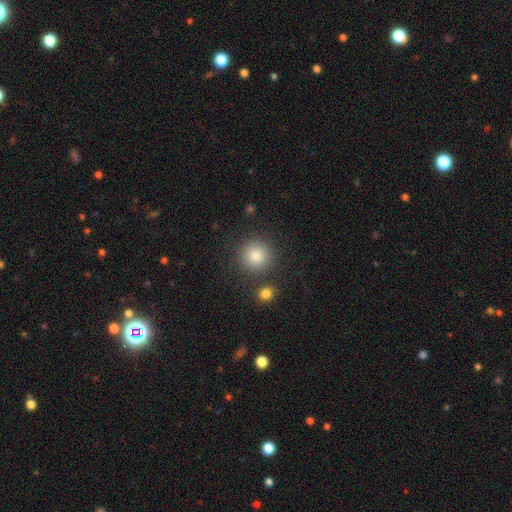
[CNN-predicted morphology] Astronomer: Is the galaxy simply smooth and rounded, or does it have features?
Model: smooth — 83%.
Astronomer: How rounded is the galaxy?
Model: round — 93%.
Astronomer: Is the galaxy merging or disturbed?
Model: none — 84%.